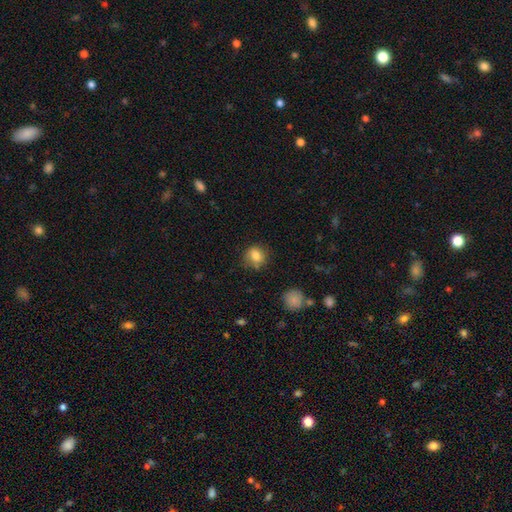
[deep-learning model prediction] smooth 81%, star or artifact 11%, featured or disk 8%. Down the decision tree: how rounded — round (78%); merging — none (74%).